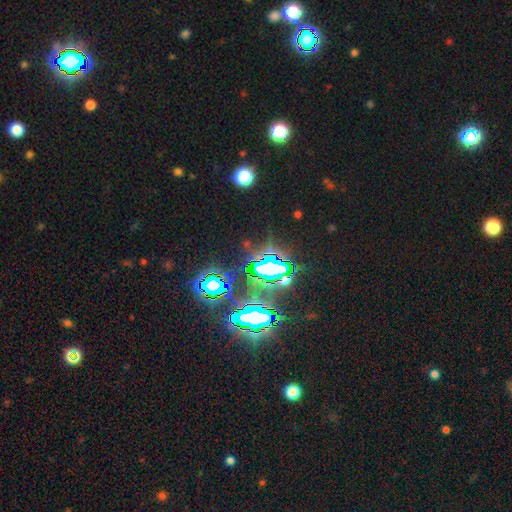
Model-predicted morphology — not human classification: This is clearly a star or artifact rather than a galaxy (82%).